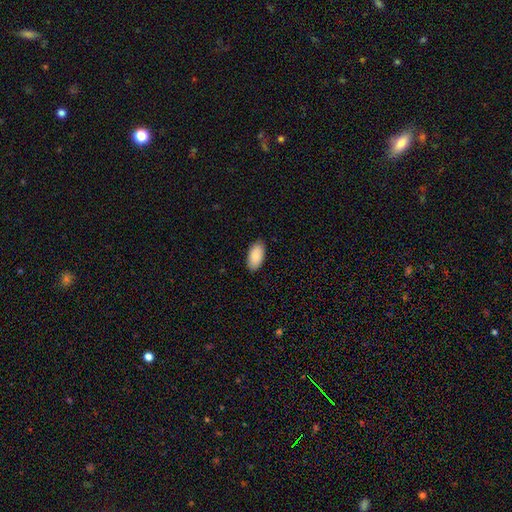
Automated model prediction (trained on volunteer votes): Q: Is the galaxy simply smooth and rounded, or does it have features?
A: smooth — 87%.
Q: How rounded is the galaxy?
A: in between — 95%.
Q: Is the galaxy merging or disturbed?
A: none — 87%.